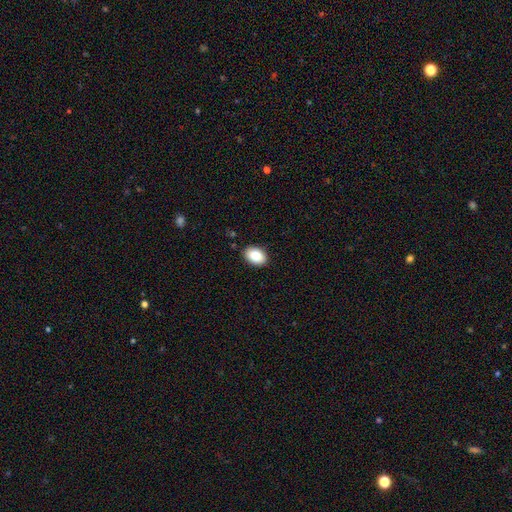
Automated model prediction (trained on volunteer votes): A smooth galaxy with no disk features (83%) that is in between round and cigar-shaped (81%). Merging: none (90%).